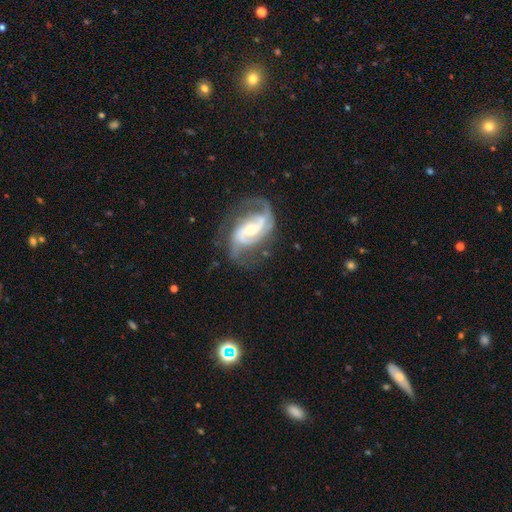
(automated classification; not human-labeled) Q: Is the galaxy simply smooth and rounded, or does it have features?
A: featured or disk — 86%.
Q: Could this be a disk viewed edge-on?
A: no — 96%.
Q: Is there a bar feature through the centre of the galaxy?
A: strong — 38%.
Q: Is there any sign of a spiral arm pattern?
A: yes — 96%.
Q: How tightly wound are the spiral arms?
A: medium — 47%.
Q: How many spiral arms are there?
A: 2 — 87%.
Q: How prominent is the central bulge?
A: moderate — 49%.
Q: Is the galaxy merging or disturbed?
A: none — 74%.